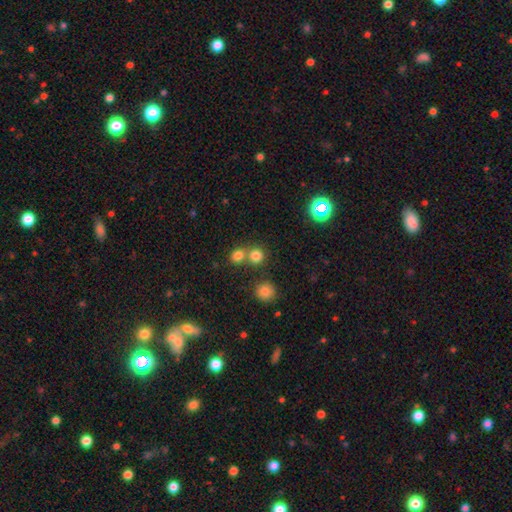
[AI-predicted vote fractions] A smooth galaxy with no disk features (77%) that is round (88%). Merging: none (61%).